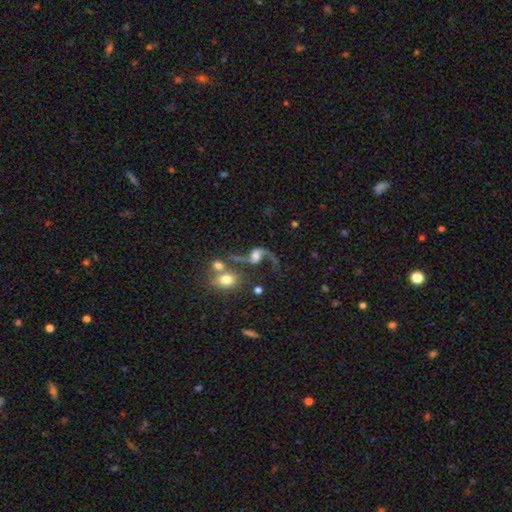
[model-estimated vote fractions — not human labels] smooth-or-featured: featured or disk: 80% | smooth: 11% | star or artifact: 9%
  disk-edge-on: no: 96% | yes: 4%
    bar: no: 50% | weak: 37% | strong: 14%
    has-spiral-arms: yes: 93% | no: 7%
      spiral-winding: loose: 89% | medium: 9% | tight: 2%
      spiral-arm-count: 2: 86% | 1: 10% | can't tell: 2% | 3: 1% | 4: 1% | more than 4: 1%
    bulge-size: moderate: 37% | large: 23% | small: 21% | none: 13% | dominant: 5%
  merging: none: 45% | major disturbance: 21% | merger: 18% | minor disturbance: 15%